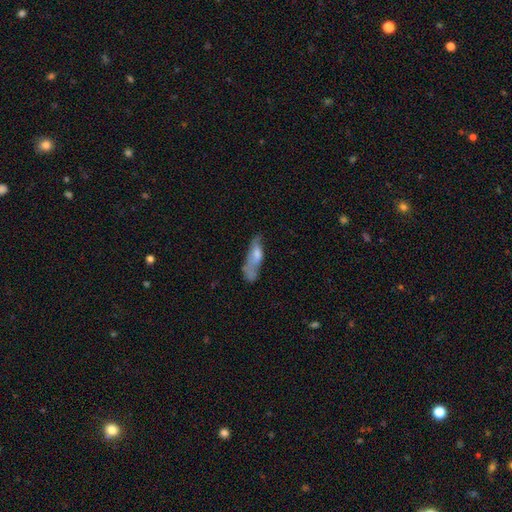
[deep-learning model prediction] Smooth or featured?
  - smooth: 60% *
  - featured or disk: 32%
  - star or artifact: 8%
How rounded?
  - in between: 52% *
  - cigar-shaped: 45%
  - round: 3%
Merging?
  - none: 30% *
  - major disturbance: 26%
  - minor disturbance: 25%
  - merger: 18%